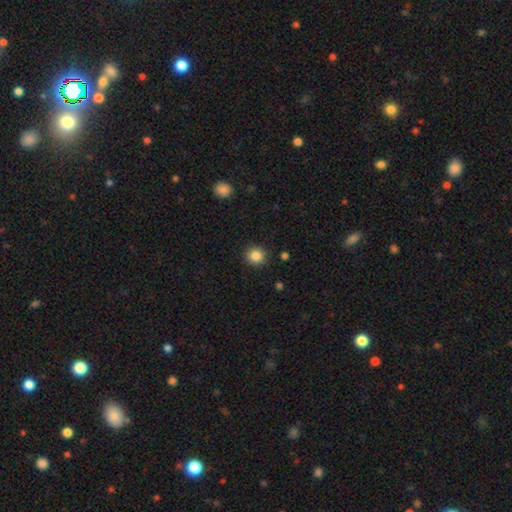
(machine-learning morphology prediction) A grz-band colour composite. It shows a smooth galaxy with no disk features (85%) that is round (92%). Merging: none (91%).